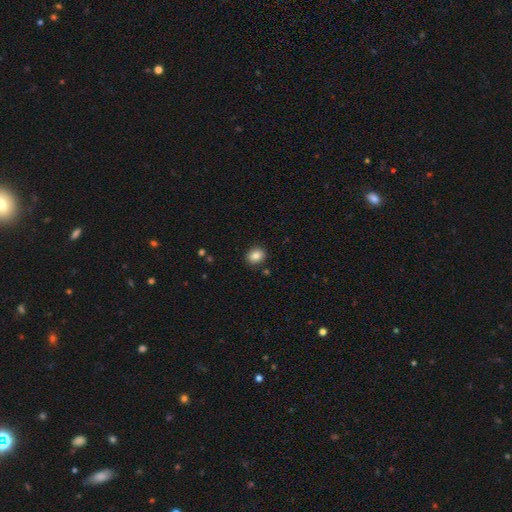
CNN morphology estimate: smooth-or-featured: smooth: 84% | star or artifact: 10% | featured or disk: 6%
  how-rounded: round: 63% | in between: 36% | cigar-shaped: 1%
  merging: none: 89% | minor disturbance: 7% | major disturbance: 2% | merger: 2%